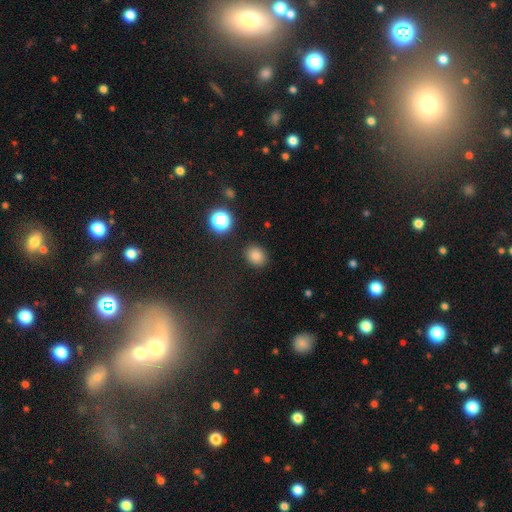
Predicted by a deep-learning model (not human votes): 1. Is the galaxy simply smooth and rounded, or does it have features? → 82% smooth, 13% star or artifact, 5% featured or disk.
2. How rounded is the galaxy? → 54% round, 45% in between, 1% cigar-shaped.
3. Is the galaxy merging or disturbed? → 86% none, 9% minor disturbance, 3% major disturbance, 2% merger.